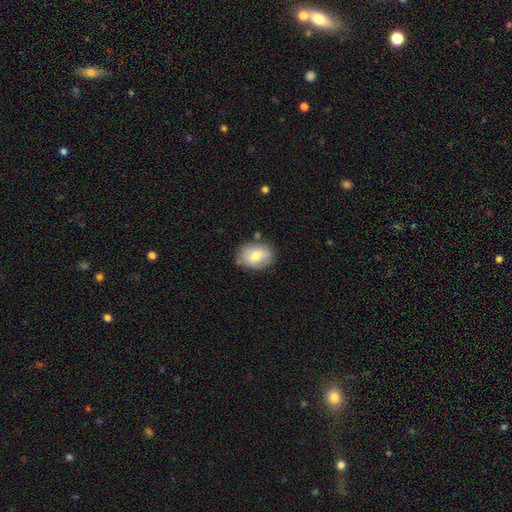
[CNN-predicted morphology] Smooth or featured? Predicted: smooth (p=0.73). How rounded? Predicted: in between (p=0.66). Merging? Predicted: none (p=0.77).